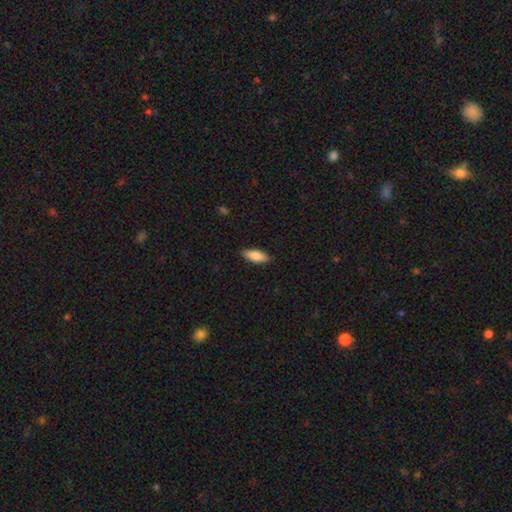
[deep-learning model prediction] Smooth or featured? Predicted: smooth (p=0.80). How rounded? Predicted: in between (p=0.71). Merging? Predicted: none (p=0.87).